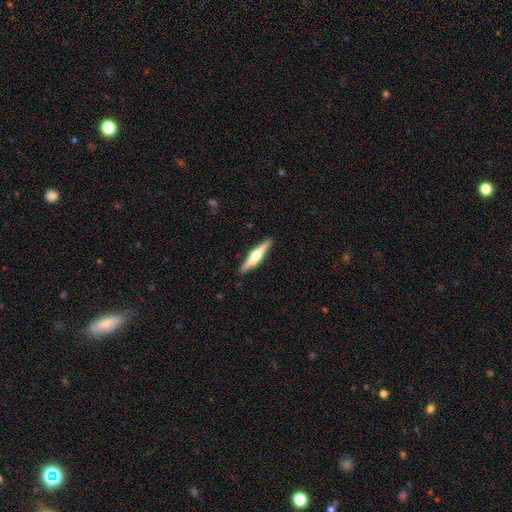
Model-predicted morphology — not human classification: The model was most divided on "smooth or featured": featured or disk: 65%, smooth: 30%, star or artifact: 5%. More confident: edge-on disk — yes (97%); edge-on bulge — rounded (92%); merging — none (91%).